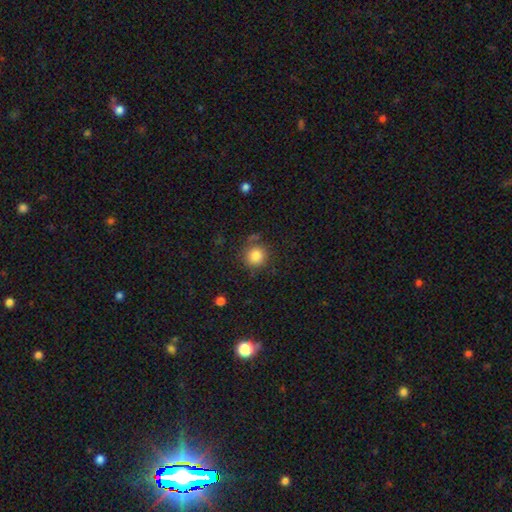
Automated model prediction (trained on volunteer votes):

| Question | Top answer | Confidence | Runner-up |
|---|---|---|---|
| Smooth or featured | smooth | 83% | star or artifact (10%) |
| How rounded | round | 93% | in between (6%) |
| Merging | none | 77% | minor disturbance (13%) |